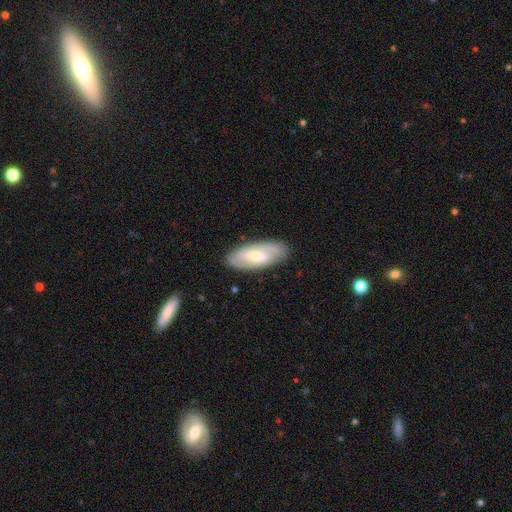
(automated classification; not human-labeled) smooth-or-featured: featured or disk: 69% | smooth: 25% | star or artifact: 6%
  disk-edge-on: no: 90% | yes: 10%
    bar: weak: 46% | strong: 31% | no: 24%
    has-spiral-arms: yes: 85% | no: 15%
      spiral-winding: tight: 44% | medium: 39% | loose: 16%
      spiral-arm-count: 2: 73% | can't tell: 18% | 3: 4% | 1: 2% | 4: 2% | more than 4: 1%
    bulge-size: small: 52% | moderate: 42% | large: 3% | none: 2% | dominant: 1%
  merging: none: 85% | minor disturbance: 11% | major disturbance: 3% | merger: 1%